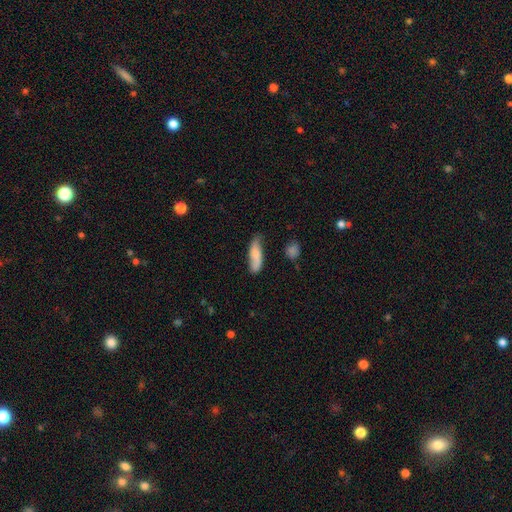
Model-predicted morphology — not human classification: The model was most divided on "how rounded": in between: 53%, cigar-shaped: 45%, round: 2%. More confident: smooth or featured — smooth (69%); merging — none (62%).